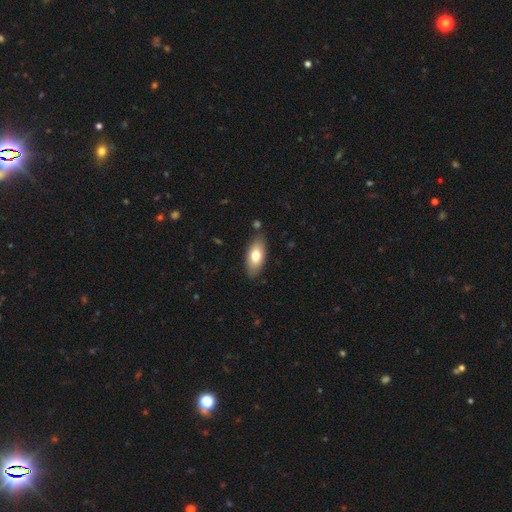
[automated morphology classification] Smooth or featured? Predicted: smooth (p=0.72). How rounded? Predicted: in between (p=0.85). Merging? Predicted: none (p=0.83).